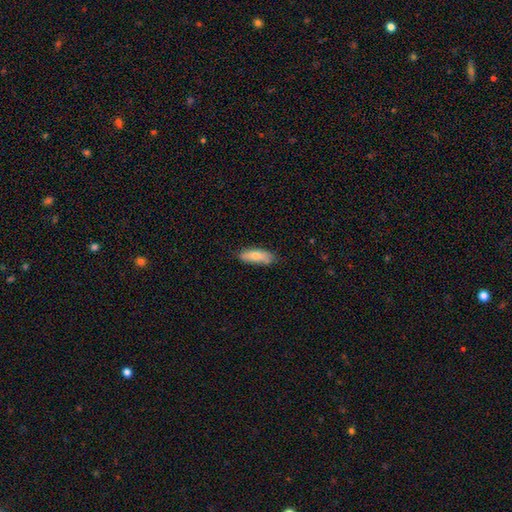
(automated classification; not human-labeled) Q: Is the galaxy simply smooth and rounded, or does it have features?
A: smooth — 76%.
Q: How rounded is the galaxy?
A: in between — 65%.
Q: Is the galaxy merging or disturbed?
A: none — 68%.